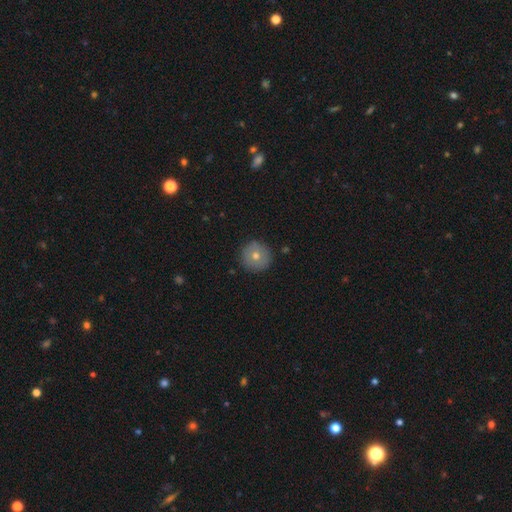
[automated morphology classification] The model was most divided on "smooth or featured": smooth: 67%, featured or disk: 22%, star or artifact: 11%. More confident: how rounded — round (96%); merging — none (90%).